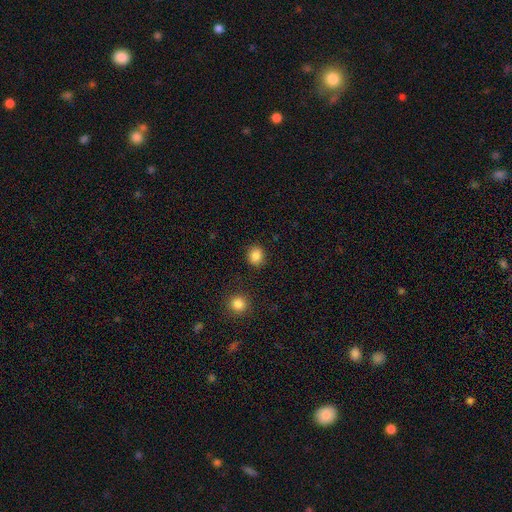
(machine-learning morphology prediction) A smooth galaxy with no disk features (86%) that is round (69%).

Vote fractions:
- Smooth or featured? smooth: 86% / star or artifact: 10% / featured or disk: 4%
- How rounded? round: 69% / in between: 30% / cigar-shaped: 1%
- Merging? none: 87% / minor disturbance: 8% / major disturbance: 3% / merger: 2%